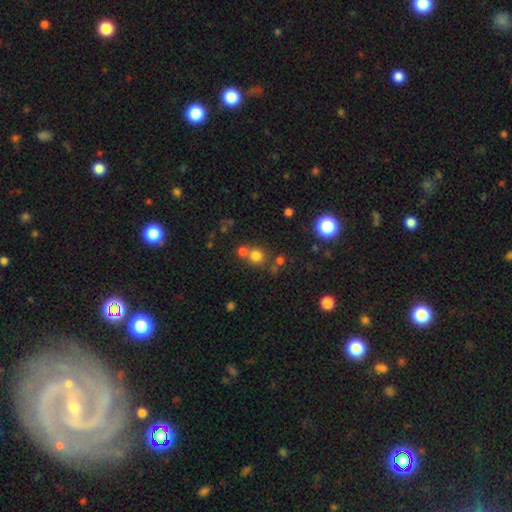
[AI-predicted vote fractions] smooth_or_featured: smooth (p=0.74) [alt: star or artifact p=0.18]
how_rounded: round (p=0.87) [alt: in between p=0.12]
merging: none (p=0.61) [alt: merger p=0.28]